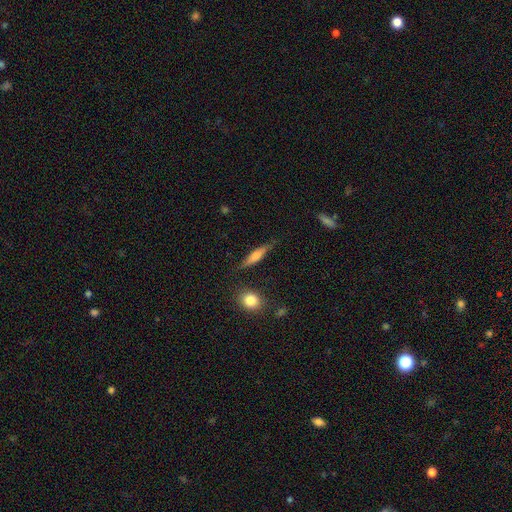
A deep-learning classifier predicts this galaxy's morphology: Smooth or featured: smooth — 52% (featured or disk — 41%)
How rounded: cigar-shaped — 76% (in between — 20%)
Merging: none — 78% (minor disturbance — 15%)